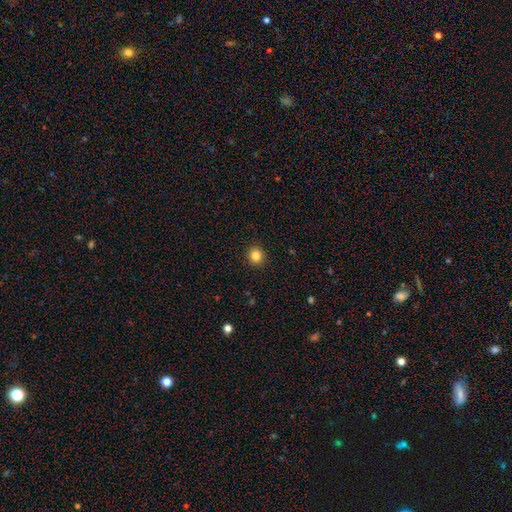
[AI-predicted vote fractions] This is clearly a smooth galaxy (85%). How rounded: clearly round (92%). Merging: clearly none (92%).